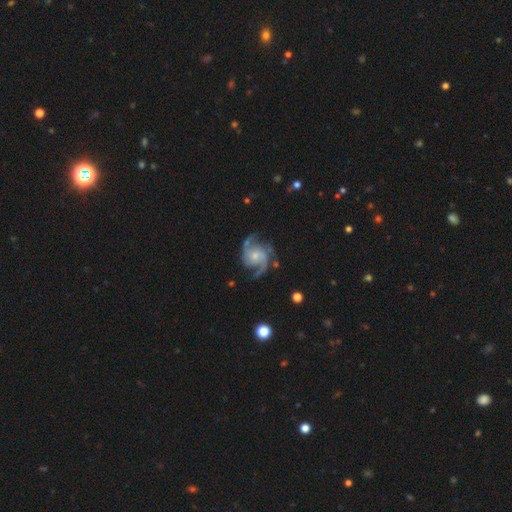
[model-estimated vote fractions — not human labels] The model was most divided on "bulge size": small: 59%, moderate: 34%, none: 4%, large: 2%, dominant: 1%. More confident: spiral arms — yes (98%); edge-on disk — no (98%); smooth or featured — featured or disk (92%); merging — none (73%); spiral arm count — 2 (70%); bar — no (63%); spiral winding — medium (57%).